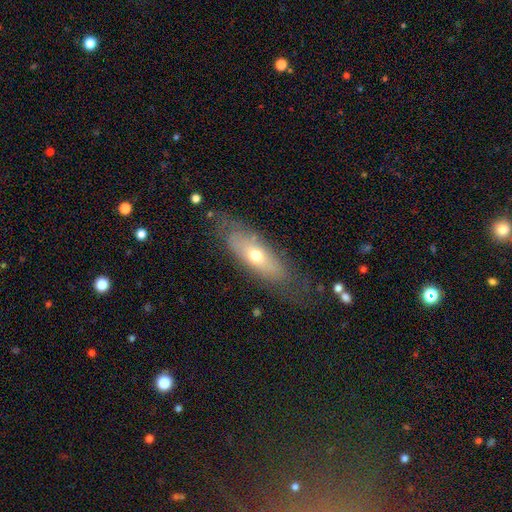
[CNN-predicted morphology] smooth_or_featured: smooth (p=0.51) [alt: featured or disk p=0.41]
how_rounded: in between (p=0.62) [alt: cigar-shaped p=0.34]
merging: none (p=0.68) [alt: minor disturbance p=0.20]